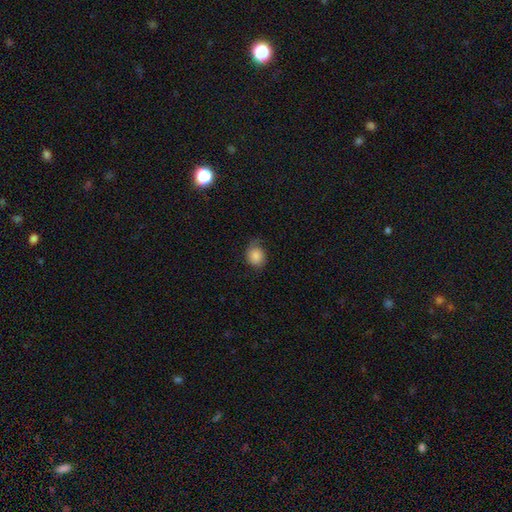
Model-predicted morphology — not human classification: Overall: smooth (77%). How rounded: round (59%; in between 40%). Merging: none (61%; minor disturbance 28%).